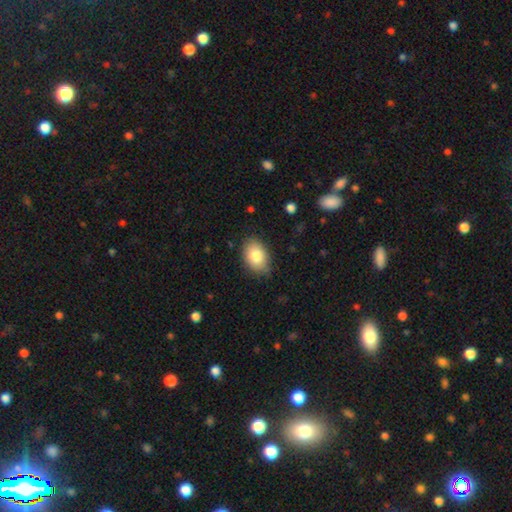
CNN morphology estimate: Smooth or featured?
  - smooth: 82% *
  - featured or disk: 11%
  - star or artifact: 7%
How rounded?
  - in between: 84% *
  - round: 15%
  - cigar-shaped: 1%
Merging?
  - none: 82% *
  - minor disturbance: 14%
  - major disturbance: 3%
  - merger: 1%